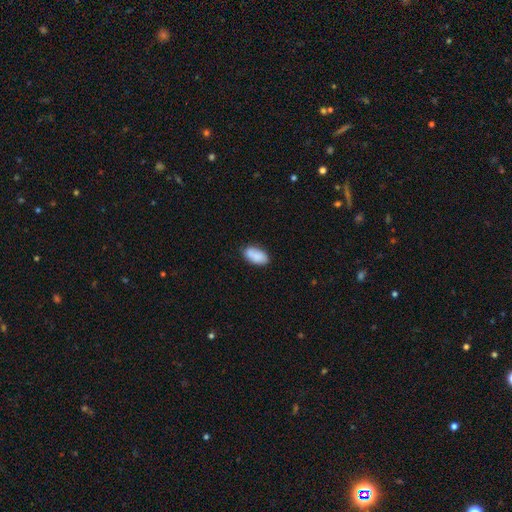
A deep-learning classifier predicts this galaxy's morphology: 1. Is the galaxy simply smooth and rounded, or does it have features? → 83% smooth, 10% featured or disk, 7% star or artifact.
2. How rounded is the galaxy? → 93% in between, 3% round, 3% cigar-shaped.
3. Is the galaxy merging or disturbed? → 76% none, 17% minor disturbance, 4% merger, 3% major disturbance.